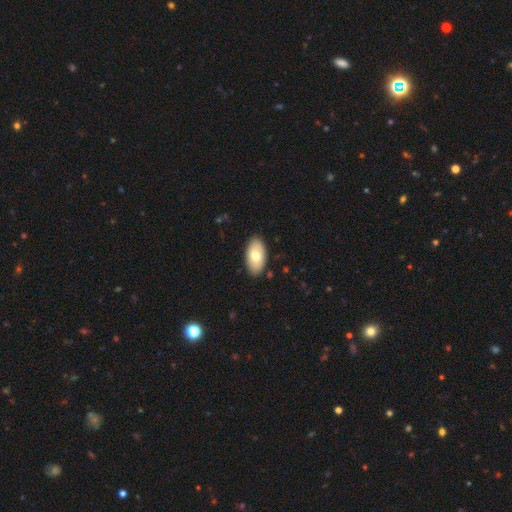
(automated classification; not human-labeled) Smooth or featured? smooth (73%)
How rounded? in between (95%)
Merging? none (87%)